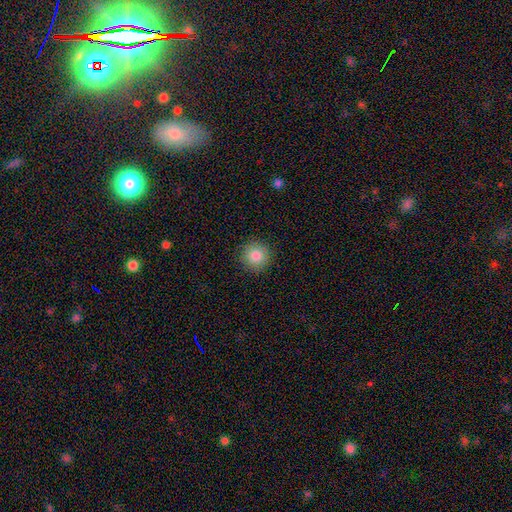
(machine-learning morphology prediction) Smooth or featured? Predicted: smooth (p=0.84). How rounded? Predicted: round (p=0.95). Merging? Predicted: none (p=0.91).